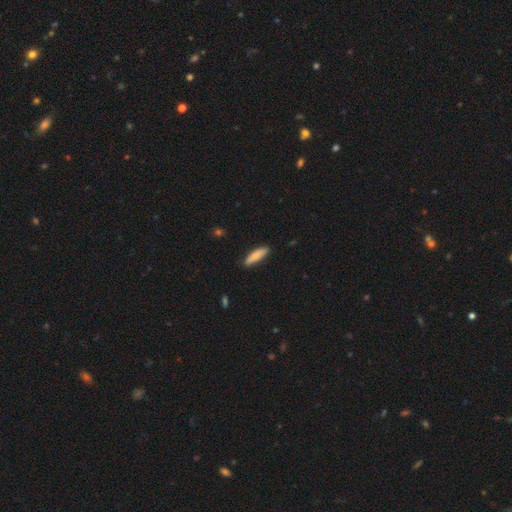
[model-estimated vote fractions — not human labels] Smooth or featured: smooth — 71% (featured or disk — 24%)
How rounded: cigar-shaped — 61% (in between — 37%)
Merging: none — 84% (minor disturbance — 13%)